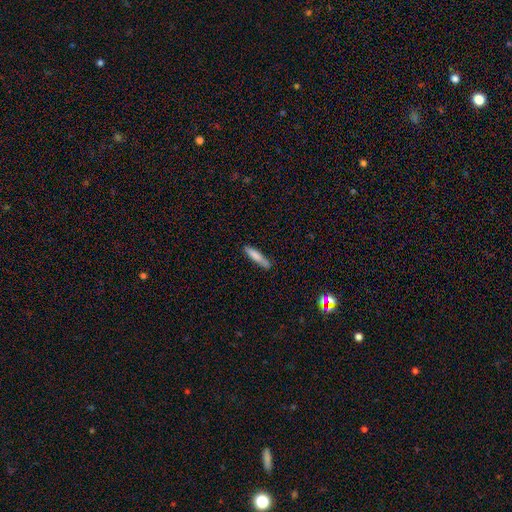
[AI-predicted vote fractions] smooth 76%, featured or disk 18%, star or artifact 6%. Down the decision tree: how rounded — cigar-shaped (88%); merging — none (75%).